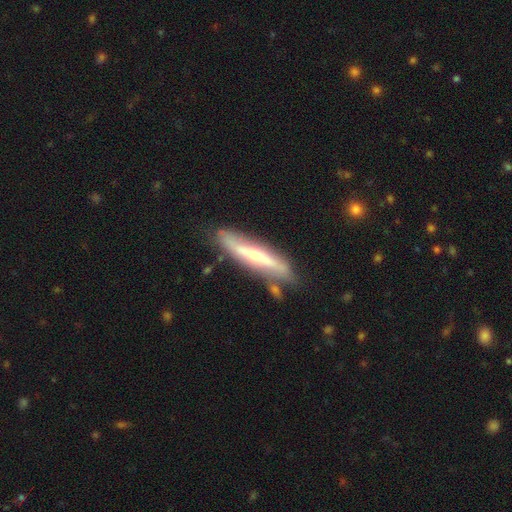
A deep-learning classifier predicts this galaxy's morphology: Smooth or featured: featured or disk — 67% (smooth — 26%)
Edge-on disk: yes — 70% (no — 30%)
Merging: none — 76% (minor disturbance — 17%)